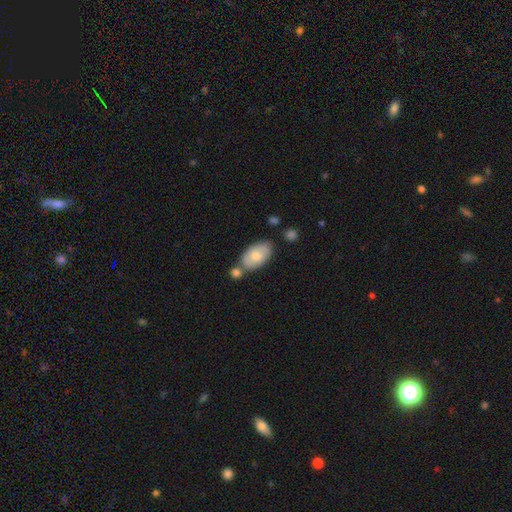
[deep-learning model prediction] Smooth or featured?
  - smooth: 71% *
  - featured or disk: 24%
  - star or artifact: 6%
How rounded?
  - in between: 93% *
  - round: 5%
  - cigar-shaped: 2%
Merging?
  - none: 55% *
  - merger: 23%
  - minor disturbance: 18%
  - major disturbance: 4%